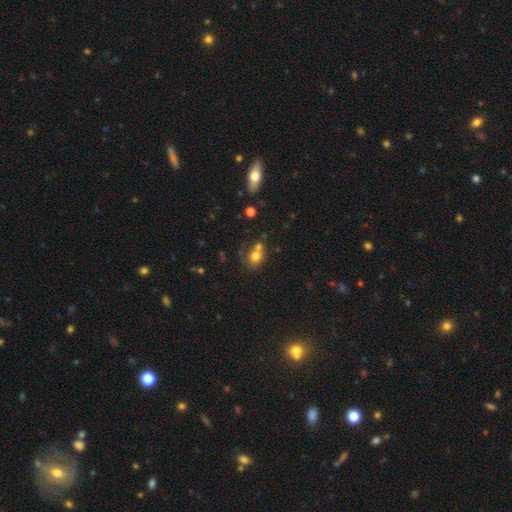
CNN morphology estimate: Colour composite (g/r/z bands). It shows a smooth galaxy with no disk features (73%) that is round (61%). Merging: merger (41%).